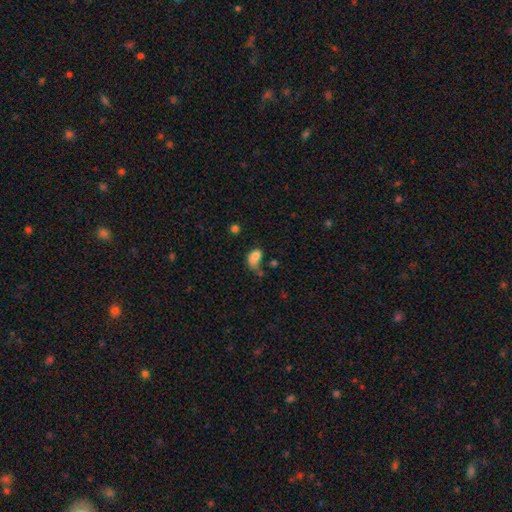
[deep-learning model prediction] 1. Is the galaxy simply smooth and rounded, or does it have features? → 78% smooth, 11% featured or disk, 11% star or artifact.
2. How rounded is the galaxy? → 85% in between, 13% round, 2% cigar-shaped.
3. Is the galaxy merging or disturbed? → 31% none, 27% major disturbance, 25% minor disturbance, 17% merger.